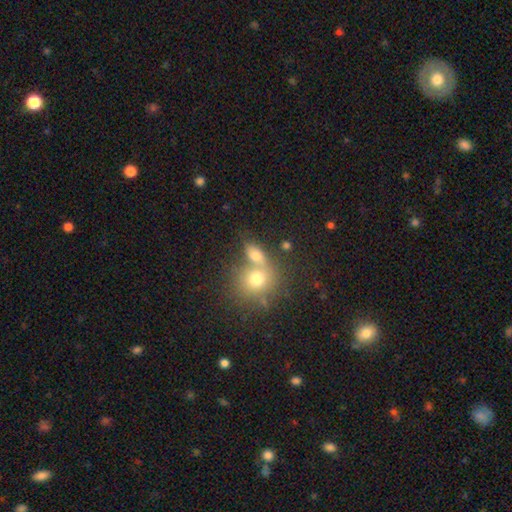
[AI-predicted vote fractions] A smooth galaxy with no disk features (72%) that is in between round and cigar-shaped (62%). Merging: merger (50%).